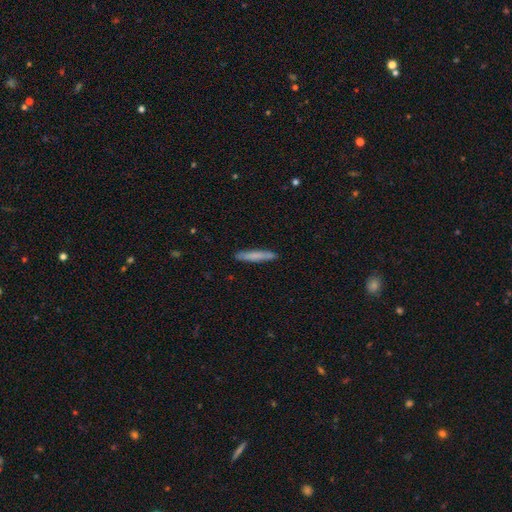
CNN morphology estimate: smooth 74%, featured or disk 21%, star or artifact 6%. Down the decision tree: how rounded — cigar-shaped (94%); merging — none (88%).